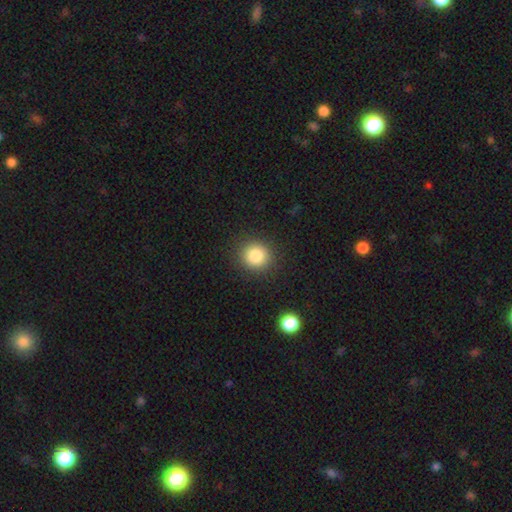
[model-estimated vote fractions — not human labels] The model was most divided on "smooth or featured": smooth: 85%, star or artifact: 10%, featured or disk: 5%. More confident: how rounded — round (90%); merging — none (90%).